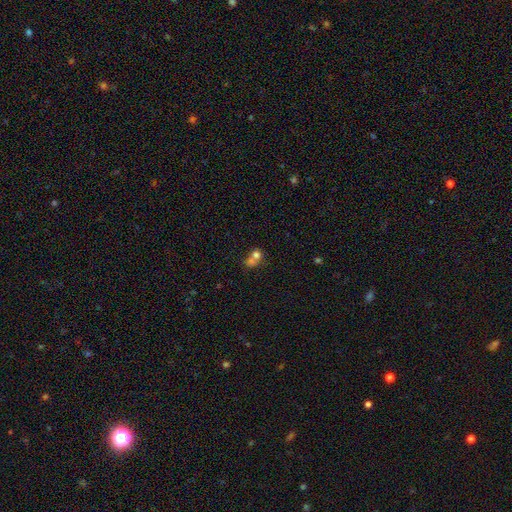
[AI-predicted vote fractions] Morphology: type=smooth (70%); roundness=round (69%); merging=merger (66%).